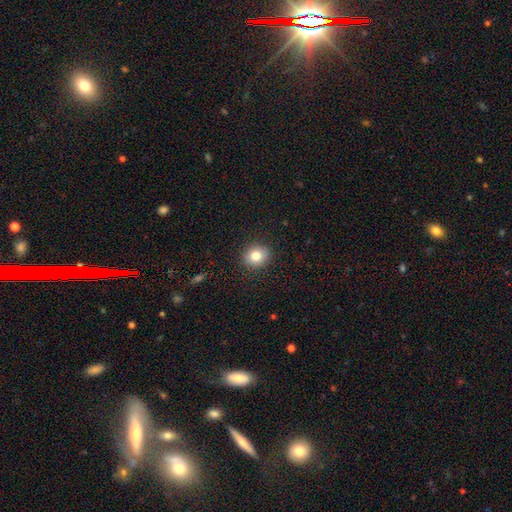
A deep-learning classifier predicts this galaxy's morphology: Overall: smooth (81%). How rounded: round (76%). Merging: none (90%).